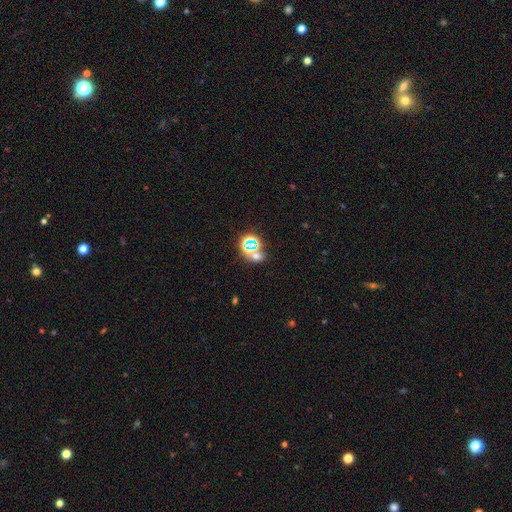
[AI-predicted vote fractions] A star or artifact, not a galaxy (54%).

Vote fractions:
- Smooth or featured? star or artifact: 54% / smooth: 35% / featured or disk: 11%